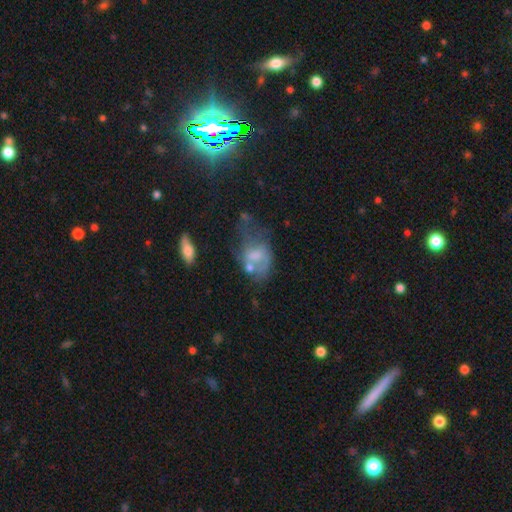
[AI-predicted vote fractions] Smooth or featured?
  - featured or disk: 45% *
  - smooth: 42%
  - star or artifact: 13%
Merging?
  - major disturbance: 33% *
  - none: 26%
  - minor disturbance: 23%
  - merger: 18%